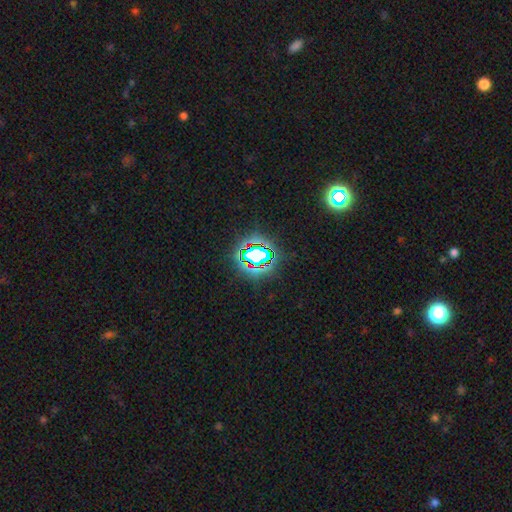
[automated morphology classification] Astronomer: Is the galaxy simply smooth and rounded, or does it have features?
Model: star or artifact — 69%.